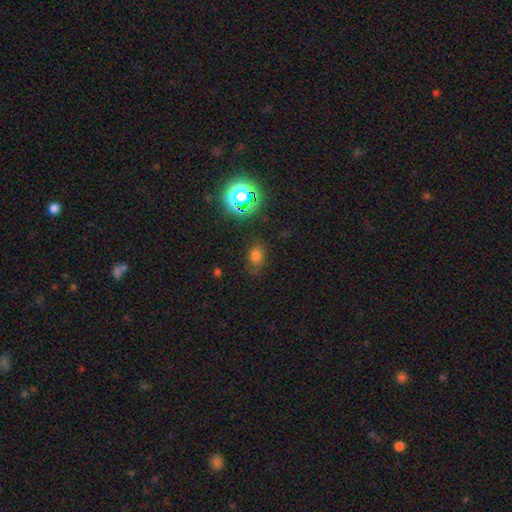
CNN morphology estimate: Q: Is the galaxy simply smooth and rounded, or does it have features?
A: smooth — 67%.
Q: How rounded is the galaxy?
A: in between — 53%.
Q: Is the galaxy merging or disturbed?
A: none — 75%.